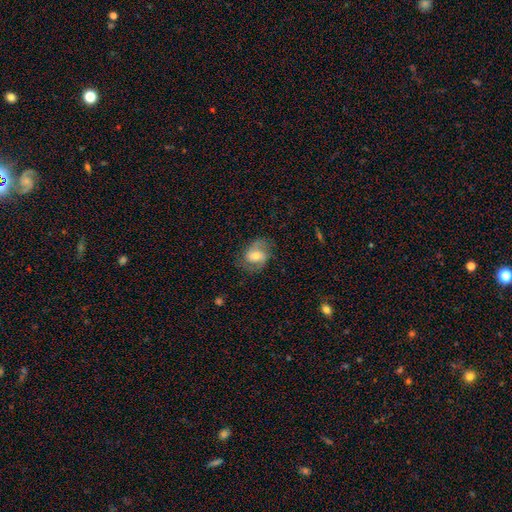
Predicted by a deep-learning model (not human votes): Smooth or featured: featured or disk — 57% (smooth — 35%)
Edge-on disk: no — 96% (yes — 4%)
Bar: no — 44% (weak — 40%)
Spiral arms: yes — 86% (no — 14%)
Bulge size: moderate — 57% (small — 30%)
Merging: none — 69% (minor disturbance — 19%)